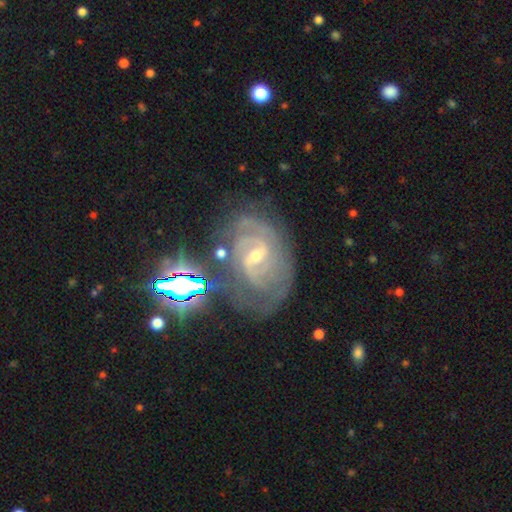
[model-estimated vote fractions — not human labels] Smooth or featured? featured or disk (82%)
Edge-on disk? no (97%)
Bar? weak (53%)
Spiral arms? yes (95%)
Spiral winding? tight (58%)
Spiral arm count? 2 (41%)
Bulge size? small (61%)
Merging? none (64%)